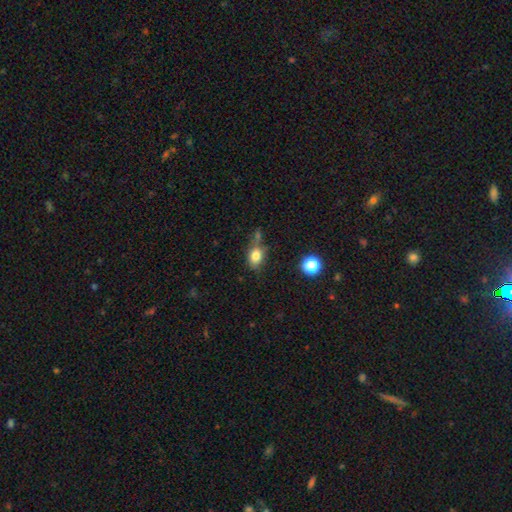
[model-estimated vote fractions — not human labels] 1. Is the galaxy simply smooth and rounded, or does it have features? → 79% smooth, 11% star or artifact, 10% featured or disk.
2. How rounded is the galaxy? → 66% in between, 32% round, 2% cigar-shaped.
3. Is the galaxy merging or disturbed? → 55% none, 22% minor disturbance, 15% merger, 8% major disturbance.